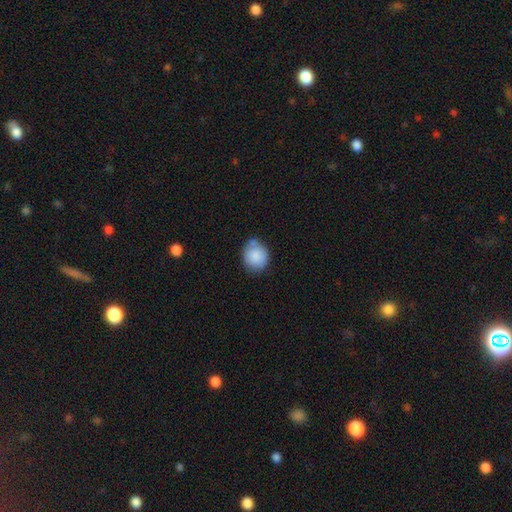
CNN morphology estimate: Smooth or featured? Predicted: smooth (p=0.85). How rounded? Predicted: round (p=0.71). Merging? Predicted: none (p=0.62).